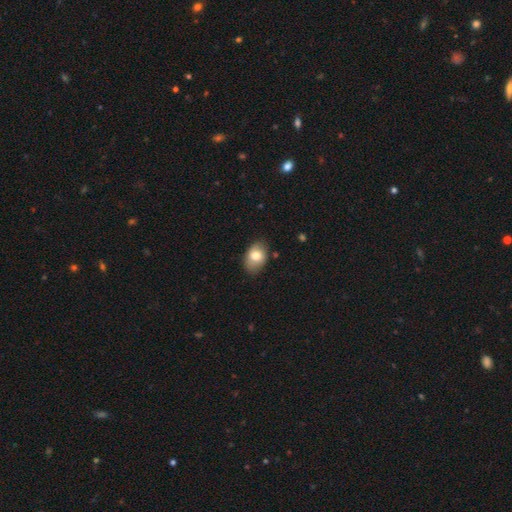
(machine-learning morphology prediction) smooth-or-featured: smooth: 76% | featured or disk: 17% | star or artifact: 8%
  how-rounded: in between: 80% | round: 19% | cigar-shaped: 1%
  merging: none: 78% | minor disturbance: 17% | major disturbance: 3% | merger: 2%